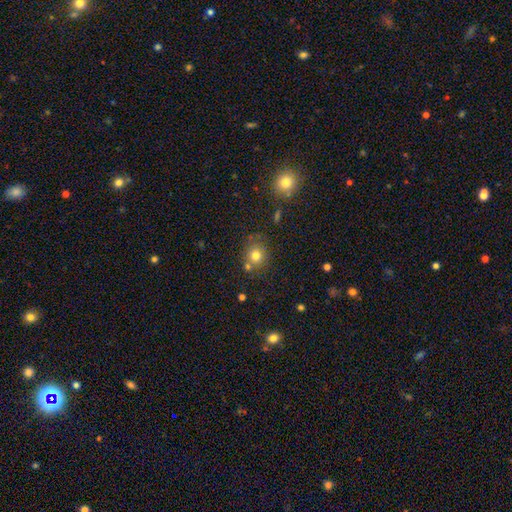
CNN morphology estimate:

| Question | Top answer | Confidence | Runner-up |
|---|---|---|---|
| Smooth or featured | smooth | 76% | star or artifact (14%) |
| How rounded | round | 79% | in between (20%) |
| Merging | none | 70% | merger (14%) |